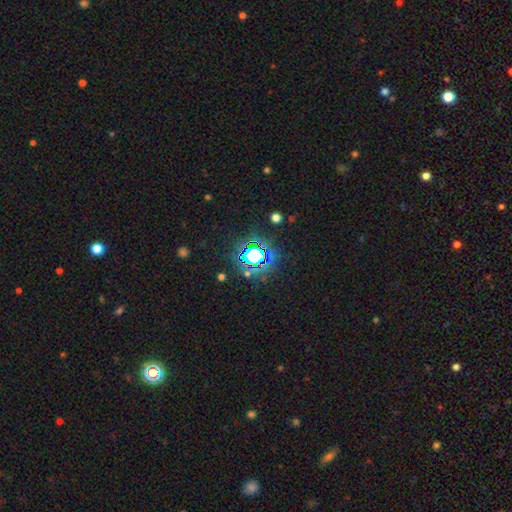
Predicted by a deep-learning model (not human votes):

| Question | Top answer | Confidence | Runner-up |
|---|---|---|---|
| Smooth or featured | star or artifact | 70% | smooth (19%) |